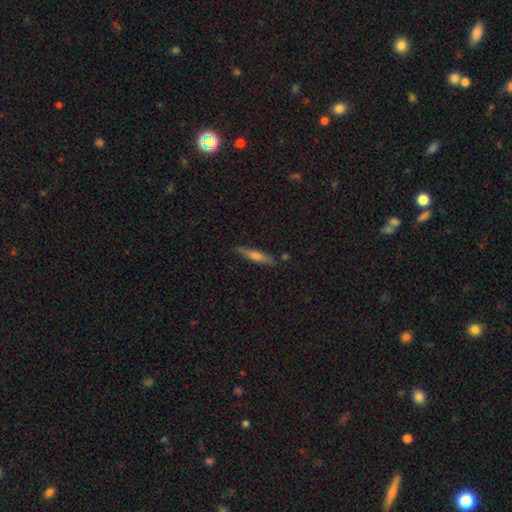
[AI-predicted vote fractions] Smooth or featured?
  - featured or disk: 50% *
  - smooth: 44%
  - star or artifact: 7%
Merging?
  - none: 84% *
  - minor disturbance: 11%
  - merger: 3%
  - major disturbance: 2%